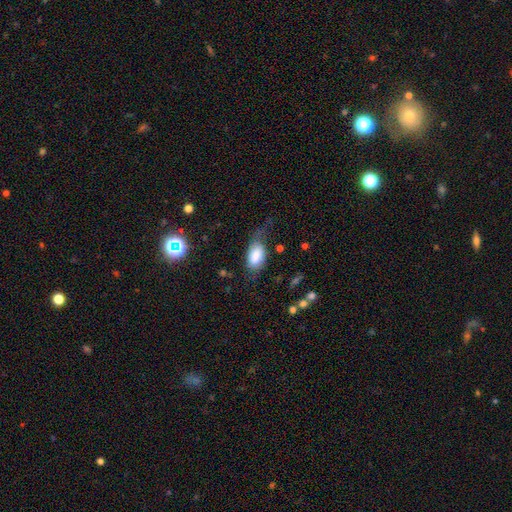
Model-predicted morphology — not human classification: A smooth galaxy with no disk features (72%) that is in between round and cigar-shaped (92%).

Vote fractions:
- Smooth or featured? smooth: 72% / featured or disk: 20% / star or artifact: 8%
- How rounded? in between: 92% / round: 4% / cigar-shaped: 3%
- Merging? none: 39% / major disturbance: 30% / minor disturbance: 29% / merger: 3%